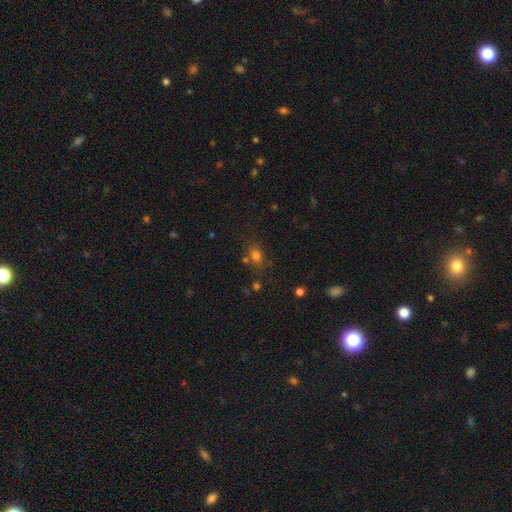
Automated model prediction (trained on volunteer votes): smooth_or_featured: smooth (p=0.73) [alt: star or artifact p=0.17]
how_rounded: in between (p=0.64) [alt: round p=0.34]
merging: none (p=0.67) [alt: minor disturbance p=0.15]